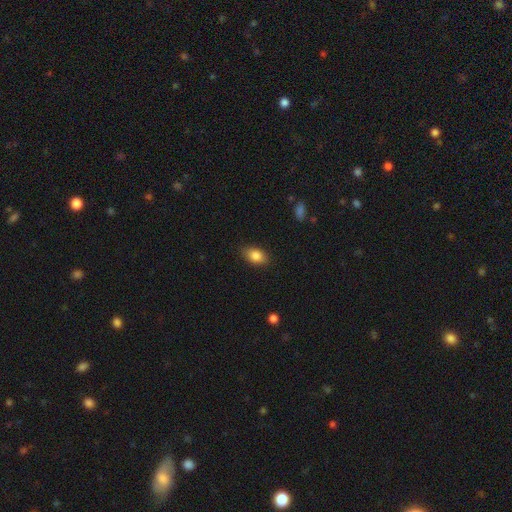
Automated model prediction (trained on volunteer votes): A smooth galaxy with no disk features (84%) that is in between round and cigar-shaped (85%). Merging: none (82%).